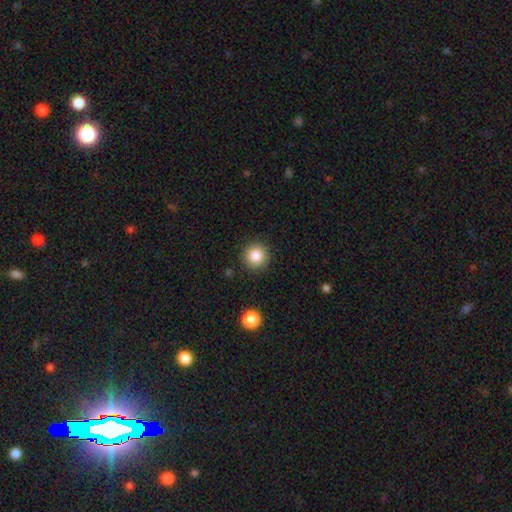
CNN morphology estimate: Smooth or featured: smooth — 85% (star or artifact — 10%)
How rounded: round — 95% (in between — 4%)
Merging: none — 89% (minor disturbance — 7%)